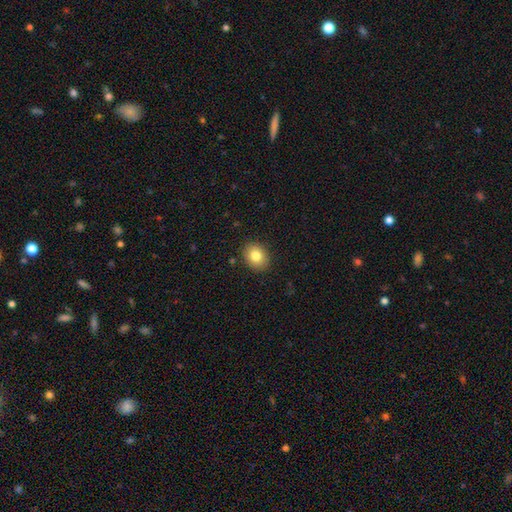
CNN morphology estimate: type=smooth (82%); roundness=in between (51%); merging=none (89%).